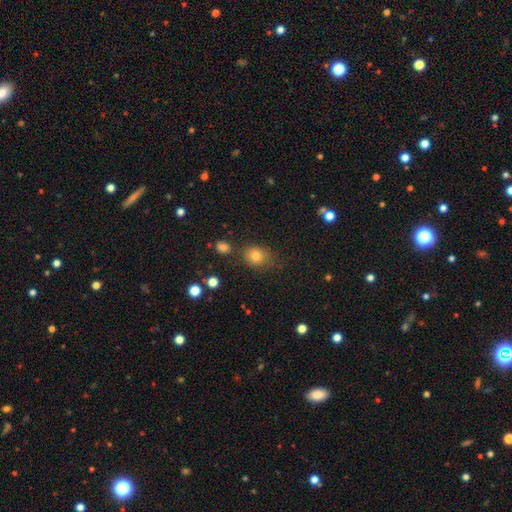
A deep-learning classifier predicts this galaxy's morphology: smooth 79%, star or artifact 13%, featured or disk 8%. Down the decision tree: how rounded — round (67%); merging — none (72%).